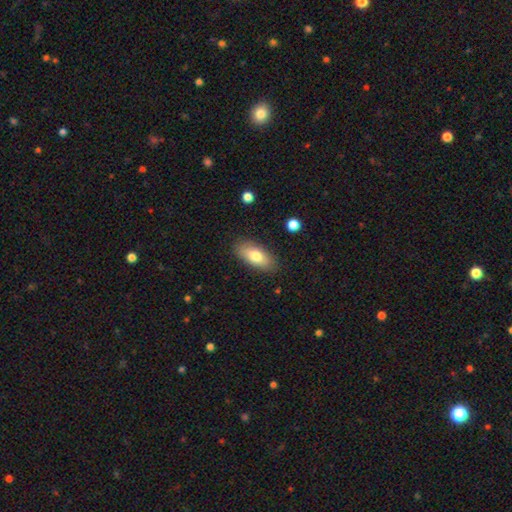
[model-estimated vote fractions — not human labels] This appears to be a smooth galaxy with no disk features (76%) that is in between round and cigar-shaped (83%). Merging: none (86%).